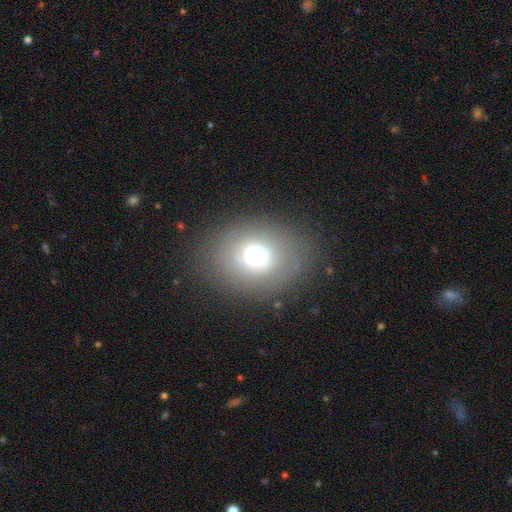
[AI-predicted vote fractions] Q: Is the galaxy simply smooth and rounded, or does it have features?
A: smooth — 62%.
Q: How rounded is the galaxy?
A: in between — 60%.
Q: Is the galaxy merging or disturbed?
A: none — 79%.